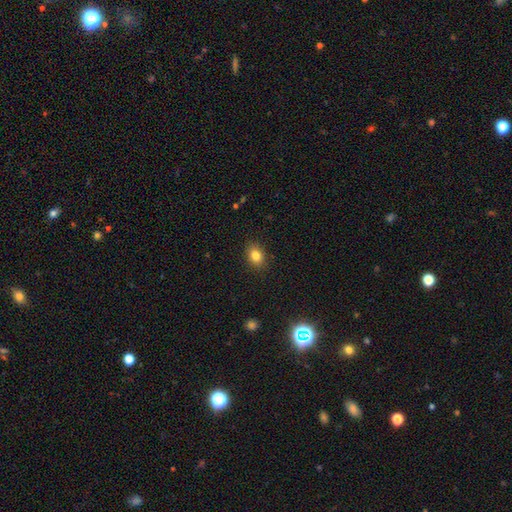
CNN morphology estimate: Q: Smooth or featured?
A: smooth (82%); runner-up: star or artifact (11%)
Q: How rounded?
A: in between (66%); runner-up: round (32%)
Q: Merging?
A: none (89%); runner-up: minor disturbance (8%)